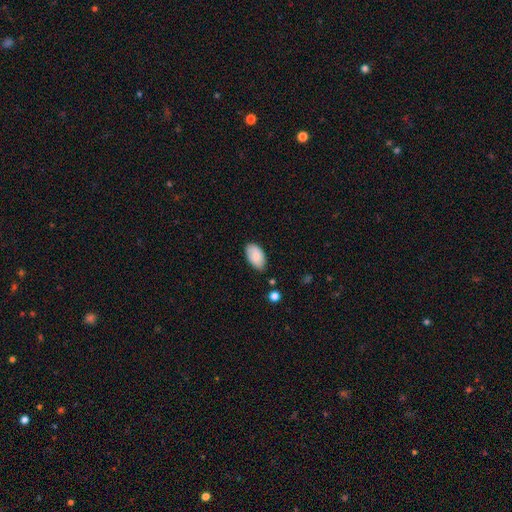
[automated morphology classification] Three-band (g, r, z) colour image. It shows a smooth galaxy with no disk features (82%) that is in between round and cigar-shaped (95%). Merging: none (72%).